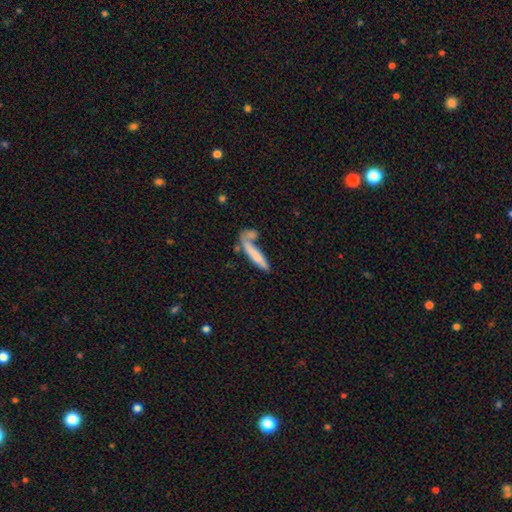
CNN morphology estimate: Smooth or featured? smooth (72%)
How rounded? cigar-shaped (87%)
Merging? none (50%)